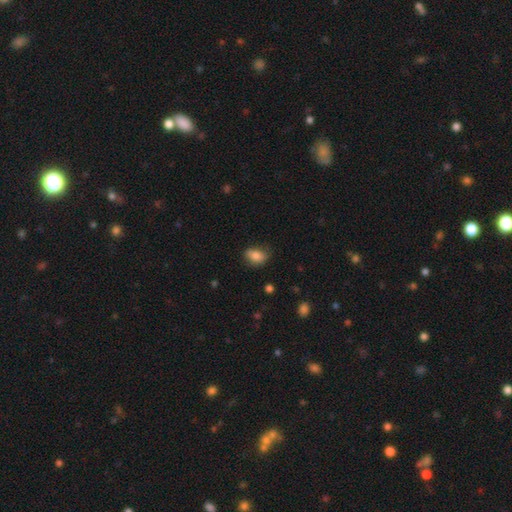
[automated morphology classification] The model was most divided on "merging": none: 69%, minor disturbance: 24%, major disturbance: 5%, merger: 1%. More confident: smooth or featured — smooth (82%); how rounded — in between (79%).